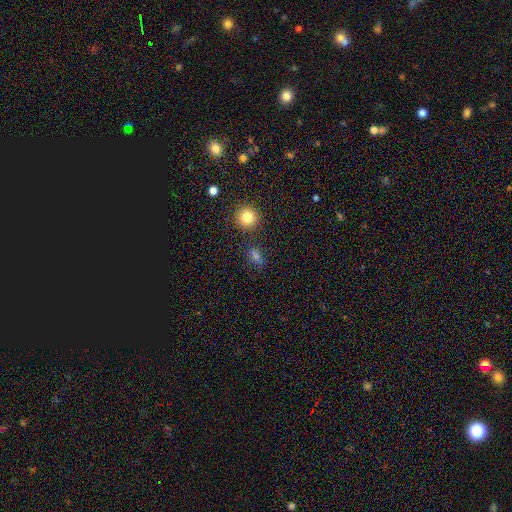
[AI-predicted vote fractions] Smooth or featured: smooth — 65% (star or artifact — 25%)
How rounded: round — 51% (in between — 44%)
Merging: none — 77% (minor disturbance — 12%)